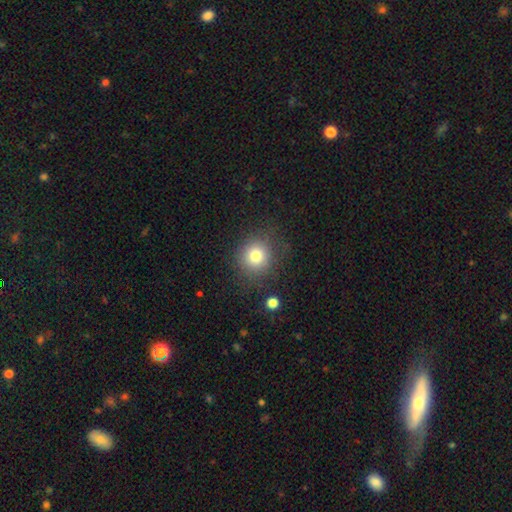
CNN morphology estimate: Smooth or featured? Predicted: smooth (p=0.78). How rounded? Predicted: round (p=0.90). Merging? Predicted: none (p=0.81).